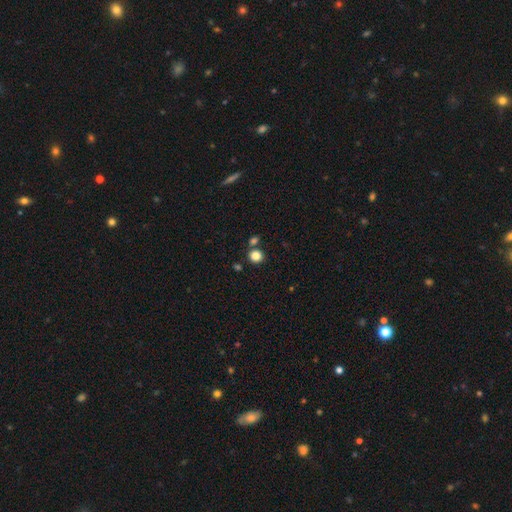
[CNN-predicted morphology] Smooth or featured?
  - smooth: 83% *
  - star or artifact: 12%
  - featured or disk: 5%
How rounded?
  - round: 86% *
  - in between: 13%
  - cigar-shaped: 1%
Merging?
  - none: 75% *
  - merger: 15%
  - minor disturbance: 7%
  - major disturbance: 3%